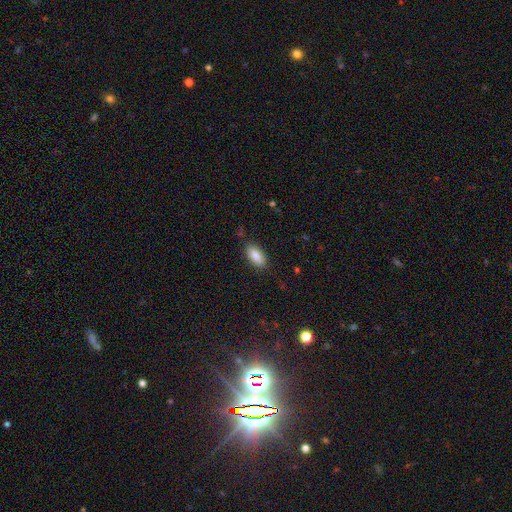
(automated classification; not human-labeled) A smooth galaxy with no disk features (86%) that is in between round and cigar-shaped (89%). Merging: none (85%).